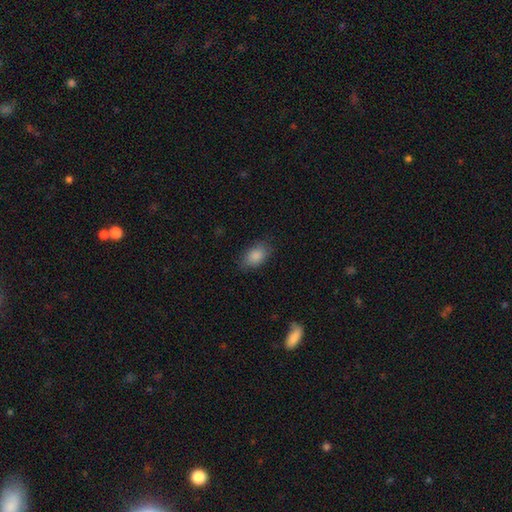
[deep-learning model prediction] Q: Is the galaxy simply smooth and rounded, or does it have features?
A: smooth — 87%.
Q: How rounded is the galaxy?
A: in between — 89%.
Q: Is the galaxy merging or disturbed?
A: none — 80%.